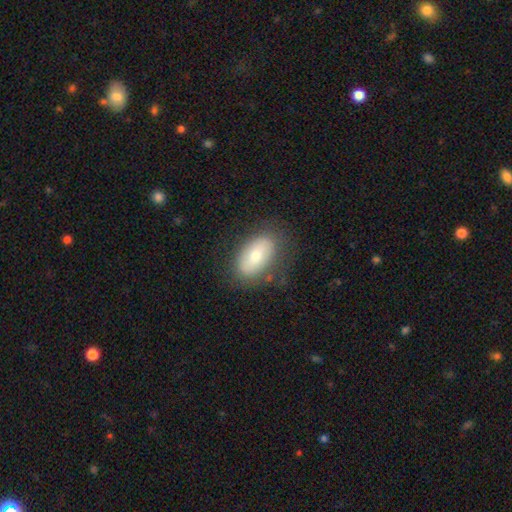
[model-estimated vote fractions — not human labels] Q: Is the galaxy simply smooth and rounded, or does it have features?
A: smooth — 67%.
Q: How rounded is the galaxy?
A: in between — 92%.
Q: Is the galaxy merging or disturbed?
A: none — 77%.